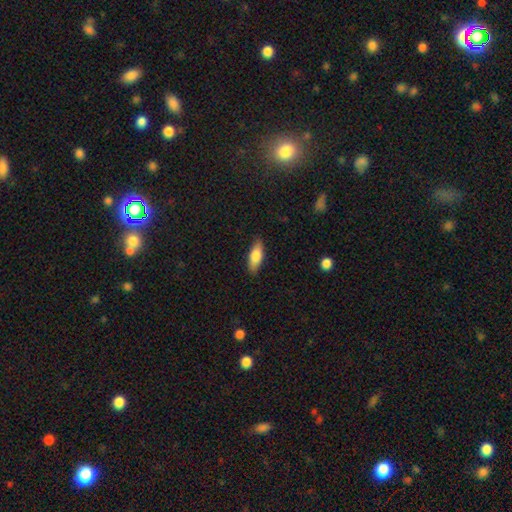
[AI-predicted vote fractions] Smooth or featured: smooth — 77% (featured or disk — 17%)
How rounded: in between — 70% (cigar-shaped — 28%)
Merging: none — 87% (minor disturbance — 10%)